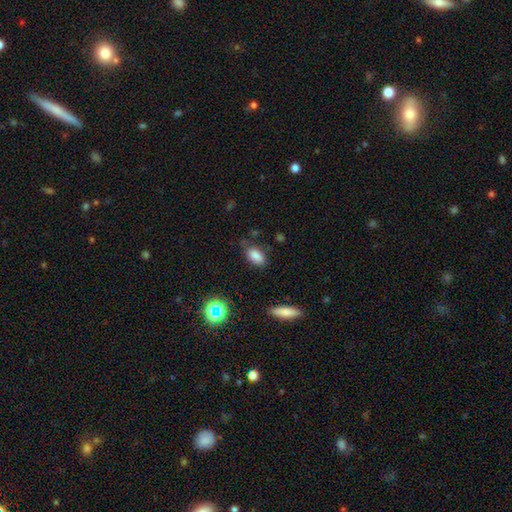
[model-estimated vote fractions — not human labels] Smooth or featured: smooth — 83% (star or artifact — 11%)
How rounded: in between — 90% (round — 7%)
Merging: none — 70% (minor disturbance — 22%)